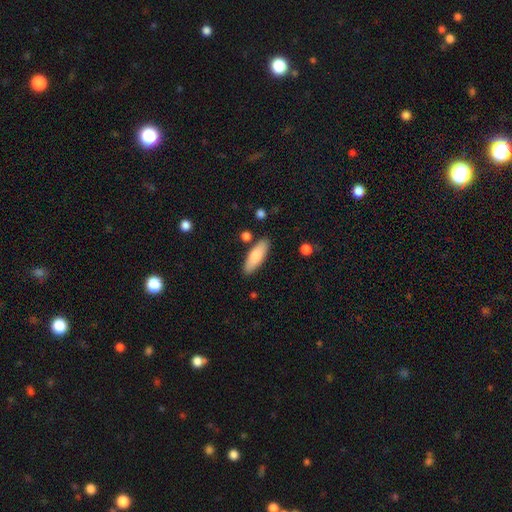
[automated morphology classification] Smooth or featured? Predicted: smooth (p=0.81). How rounded? Predicted: in between (p=0.61). Merging? Predicted: none (p=0.84).